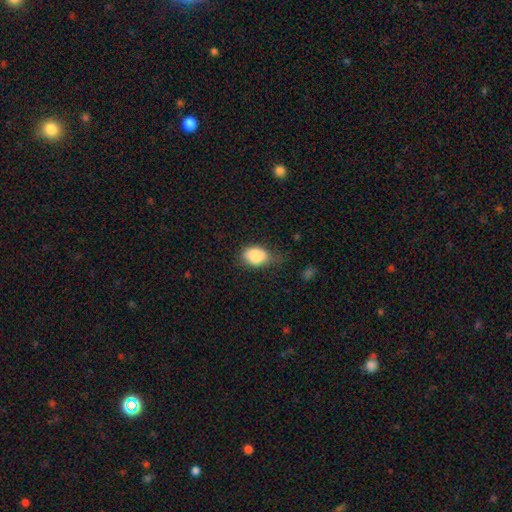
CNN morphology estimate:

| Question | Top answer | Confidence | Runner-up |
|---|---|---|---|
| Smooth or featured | smooth | 84% | featured or disk (8%) |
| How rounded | in between | 75% | round (24%) |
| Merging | none | 45% | minor disturbance (40%) |